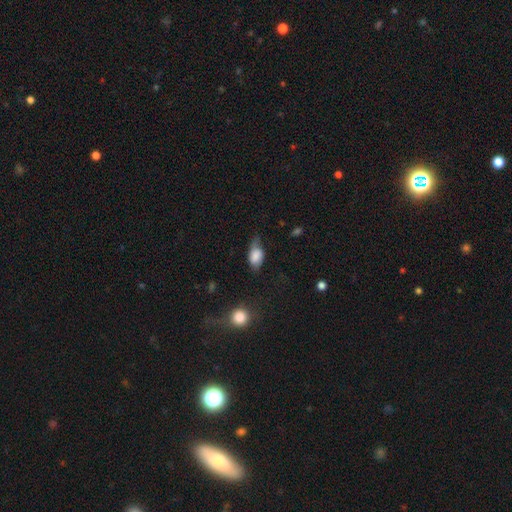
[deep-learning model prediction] smooth_or_featured: smooth (p=0.72) [alt: featured or disk p=0.20]
how_rounded: in between (p=0.87) [alt: round p=0.10]
merging: minor disturbance (p=0.40) [alt: none p=0.36]